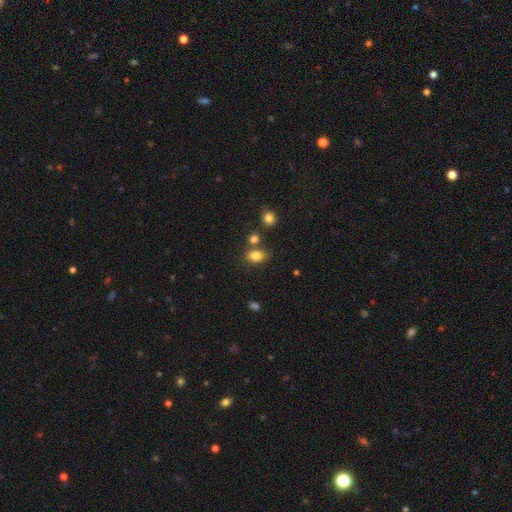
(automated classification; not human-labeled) Smooth or featured? Predicted: smooth (p=0.82). How rounded? Predicted: in between (p=0.73). Merging? Predicted: none (p=0.68).